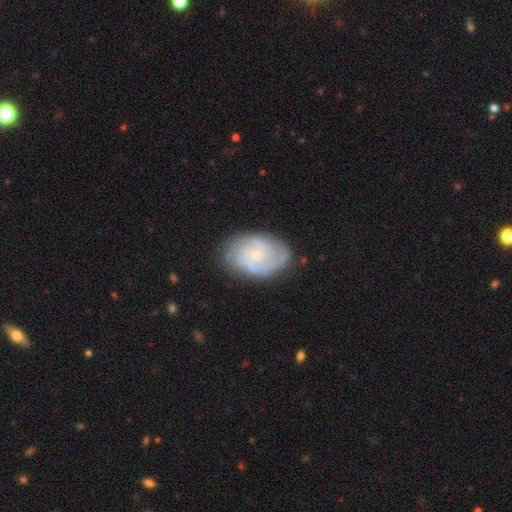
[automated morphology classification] Smooth or featured?
  - featured or disk: 76% *
  - smooth: 18%
  - star or artifact: 6%
Edge-on disk?
  - no: 97% *
  - yes: 3%
Bar?
  - no: 66% *
  - weak: 31%
  - strong: 4%
Spiral arms?
  - yes: 93% *
  - no: 7%
Spiral winding?
  - tight: 53% *
  - medium: 37%
  - loose: 10%
Spiral arm count?
  - can't tell: 31% *
  - 2: 29%
  - 3: 23%
  - 4: 8%
  - 1: 5%
  - more than 4: 4%
Bulge size?
  - small: 63% *
  - moderate: 25%
  - none: 9%
  - large: 2%
  - dominant: 1%
Merging?
  - none: 75% *
  - minor disturbance: 18%
  - major disturbance: 6%
  - merger: 1%